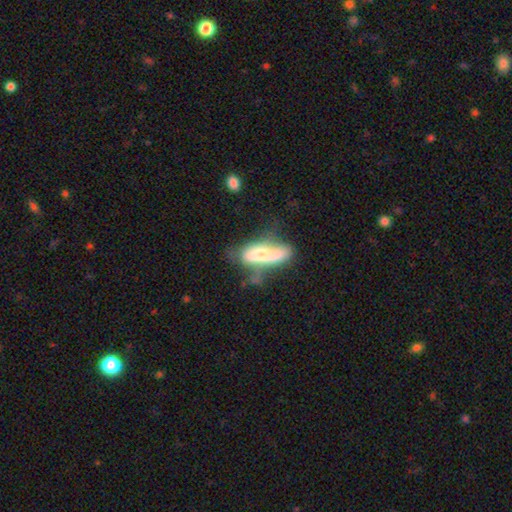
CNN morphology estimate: smooth_or_featured: smooth (p=0.54) [alt: featured or disk p=0.38]
how_rounded: in between (p=0.54) [alt: cigar-shaped p=0.43]
merging: major disturbance (p=0.29) [alt: none p=0.27]